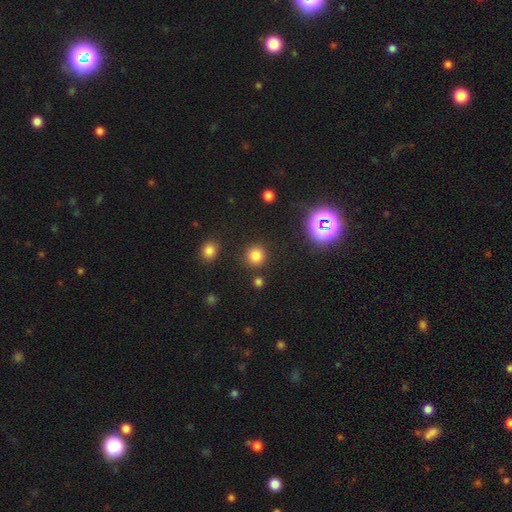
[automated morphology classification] Smooth or featured? Predicted: smooth (p=0.79). How rounded? Predicted: round (p=0.92). Merging? Predicted: none (p=0.88).